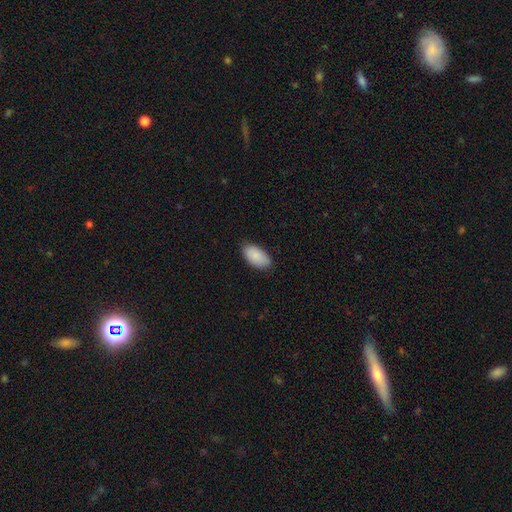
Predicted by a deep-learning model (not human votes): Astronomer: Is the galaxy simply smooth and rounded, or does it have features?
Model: smooth — 88%.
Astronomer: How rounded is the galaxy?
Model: in between — 95%.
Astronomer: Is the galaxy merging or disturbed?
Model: none — 84%.